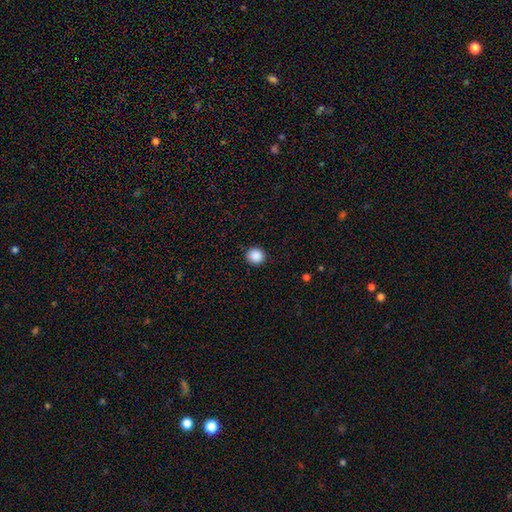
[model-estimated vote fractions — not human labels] smooth 88%, star or artifact 9%, featured or disk 2%. Down the decision tree: how rounded — round (94%); merging — none (92%).